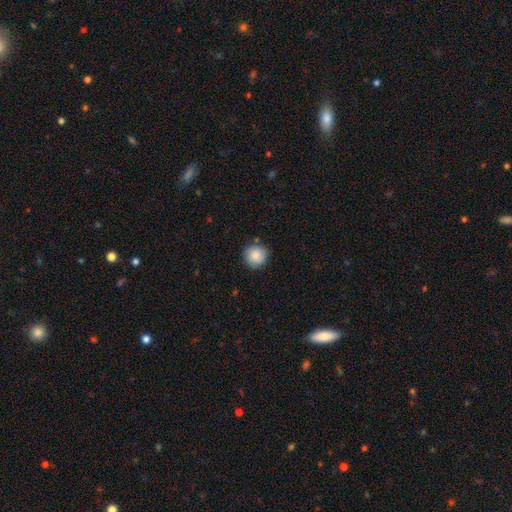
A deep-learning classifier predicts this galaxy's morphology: The model was most divided on "merging": none: 86%, minor disturbance: 11%, major disturbance: 2%, merger: 2%. More confident: how rounded — round (94%); smooth or featured — smooth (85%).